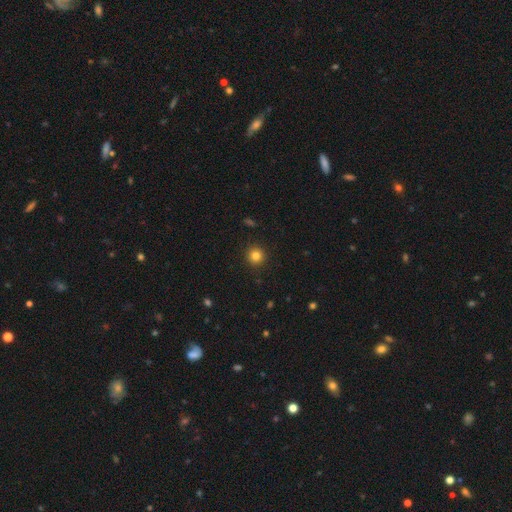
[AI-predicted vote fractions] This is clearly a smooth galaxy (83%). How rounded: clearly round (94%). Merging: clearly none (92%).